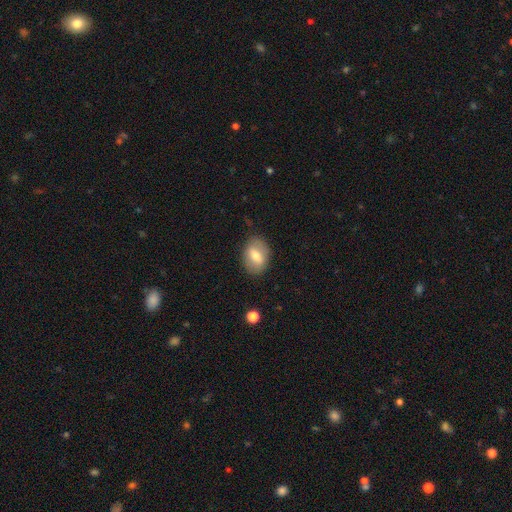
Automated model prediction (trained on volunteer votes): The model was most divided on "smooth or featured": smooth: 63%, featured or disk: 30%, star or artifact: 7%. More confident: merging — none (81%); how rounded — in between (77%).